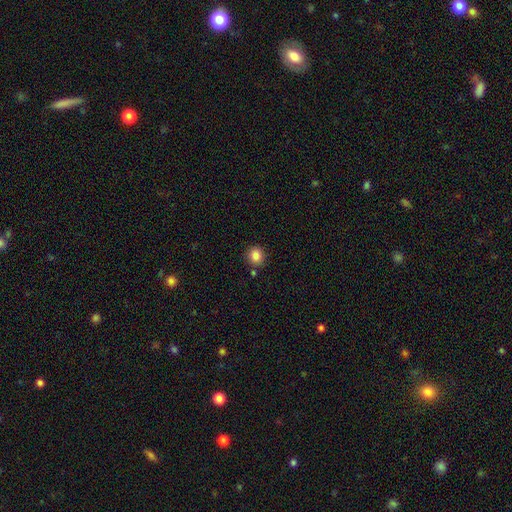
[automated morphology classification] Smooth or featured? Predicted: smooth (p=0.85). How rounded? Predicted: round (p=0.88). Merging? Predicted: none (p=0.84).